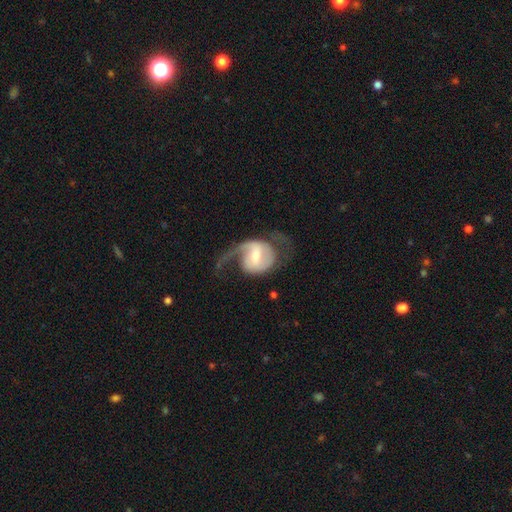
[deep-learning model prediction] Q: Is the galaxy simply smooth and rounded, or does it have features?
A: featured or disk — 79%.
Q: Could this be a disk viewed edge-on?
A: no — 97%.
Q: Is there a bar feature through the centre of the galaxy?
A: weak — 49%.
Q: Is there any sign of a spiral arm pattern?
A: yes — 90%.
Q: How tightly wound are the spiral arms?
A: loose — 54%.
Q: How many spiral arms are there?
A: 2 — 67%.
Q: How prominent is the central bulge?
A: moderate — 47%.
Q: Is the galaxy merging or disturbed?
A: none — 47%.